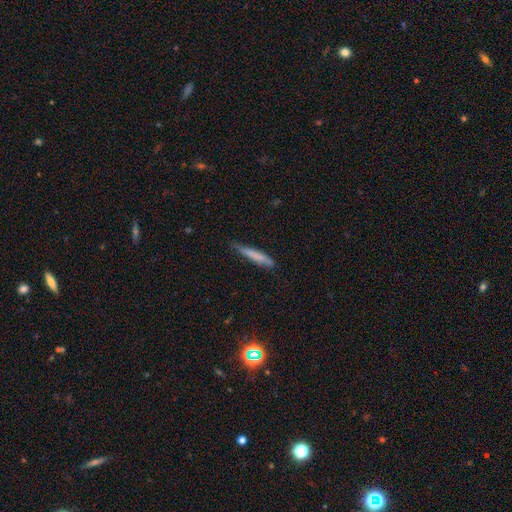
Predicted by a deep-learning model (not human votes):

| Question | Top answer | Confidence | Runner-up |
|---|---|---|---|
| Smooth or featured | smooth | 71% | featured or disk (22%) |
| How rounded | cigar-shaped | 92% | in between (6%) |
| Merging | none | 67% | minor disturbance (26%) |